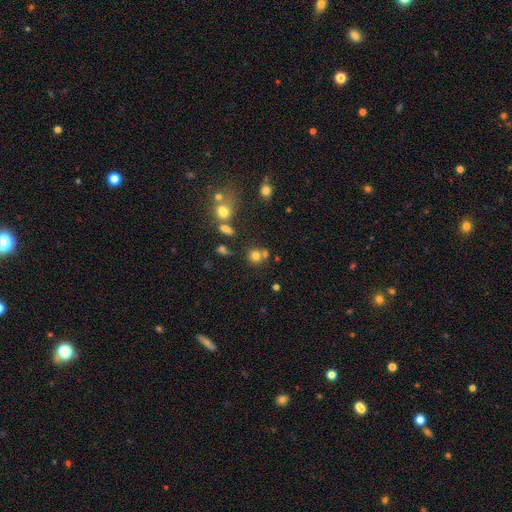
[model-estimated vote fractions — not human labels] The model was most divided on "merging": none: 58%, merger: 28%, minor disturbance: 10%, major disturbance: 4%. More confident: how rounded — round (86%); smooth or featured — smooth (73%).